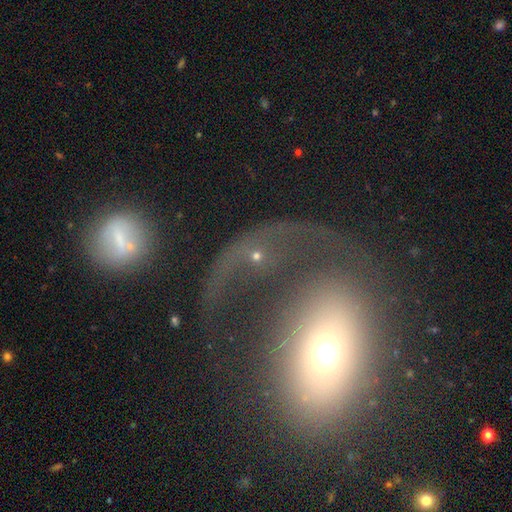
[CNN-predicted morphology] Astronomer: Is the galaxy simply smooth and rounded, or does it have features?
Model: featured or disk — 50% (runner-up: smooth, 33%).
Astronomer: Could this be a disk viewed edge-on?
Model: no — 90%.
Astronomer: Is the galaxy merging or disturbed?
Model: major disturbance — 42% (runner-up: none, 29%).